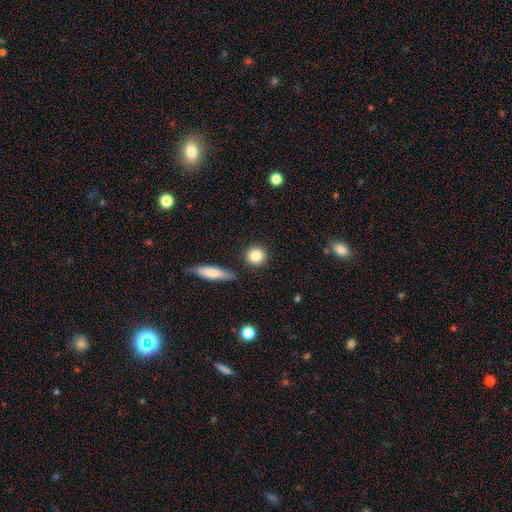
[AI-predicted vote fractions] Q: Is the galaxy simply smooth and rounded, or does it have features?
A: smooth — 83%.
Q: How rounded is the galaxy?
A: round — 89%.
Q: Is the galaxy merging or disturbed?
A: none — 87%.